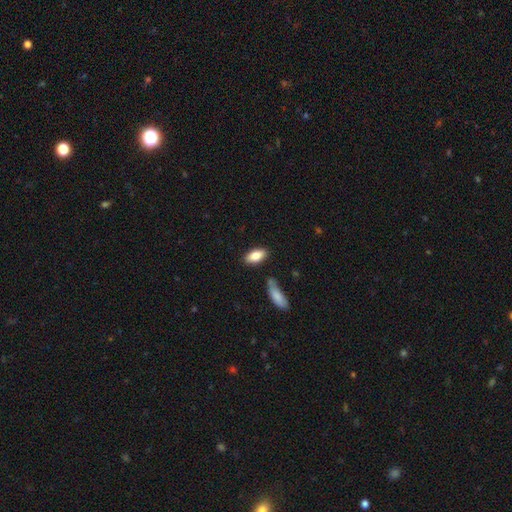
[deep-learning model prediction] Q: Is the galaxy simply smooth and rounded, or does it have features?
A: smooth — 83%.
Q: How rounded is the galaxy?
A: in between — 87%.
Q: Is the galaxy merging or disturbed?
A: none — 81%.